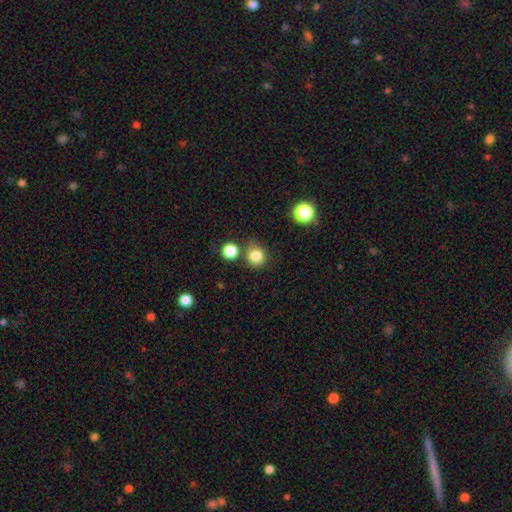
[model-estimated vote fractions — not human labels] Overall: smooth (82%). How rounded: round (87%). Merging: none (70%).